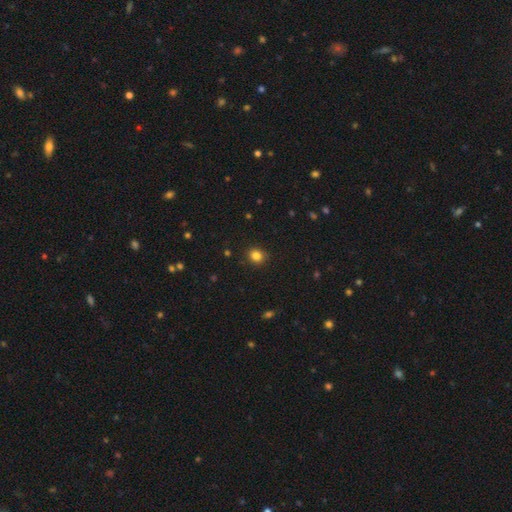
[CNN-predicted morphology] Q: Smooth or featured?
A: smooth (83%); runner-up: star or artifact (12%)
Q: How rounded?
A: round (79%); runner-up: in between (20%)
Q: Merging?
A: none (90%); runner-up: minor disturbance (7%)